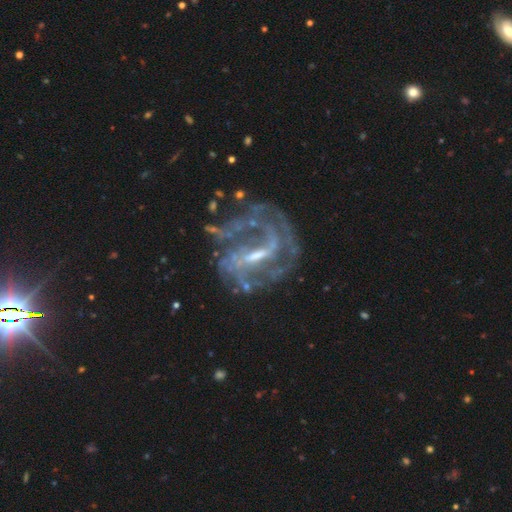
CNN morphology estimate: This is clearly a featured or disk galaxy (87%). It is clearly not viewed edge-on (97%). Bar: marginally strong (44%, tied with weak). Spiral arm pattern: clearly yes (91%). Spiral arm count: marginally 2 (33%). Spiral winding: marginally medium (44%). Central bulge: possibly small (46%). Merging: possibly none (53%).